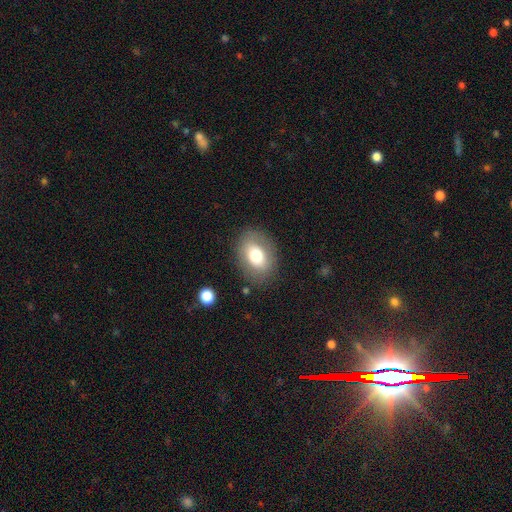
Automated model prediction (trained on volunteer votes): Q: Smooth or featured?
A: smooth (72%); runner-up: featured or disk (19%)
Q: How rounded?
A: in between (72%); runner-up: round (26%)
Q: Merging?
A: none (81%); runner-up: minor disturbance (13%)